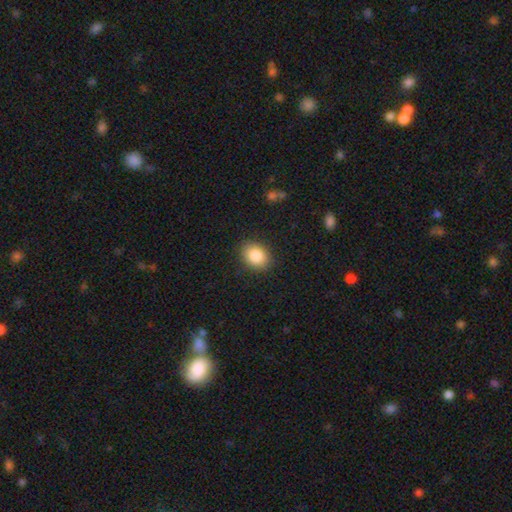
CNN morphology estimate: The model was most divided on "how rounded": in between: 60%, round: 39%, cigar-shaped: 1%. More confident: merging — none (88%); smooth or featured — smooth (85%).